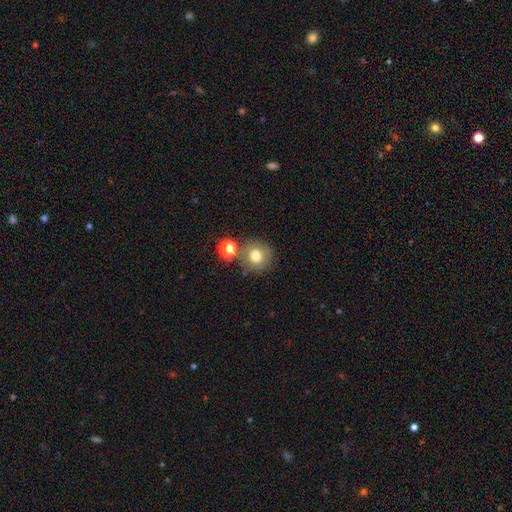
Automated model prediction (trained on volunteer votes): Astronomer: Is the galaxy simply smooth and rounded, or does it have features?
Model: smooth — 75%.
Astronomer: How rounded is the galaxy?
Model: round — 91%.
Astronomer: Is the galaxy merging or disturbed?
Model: none — 75%.